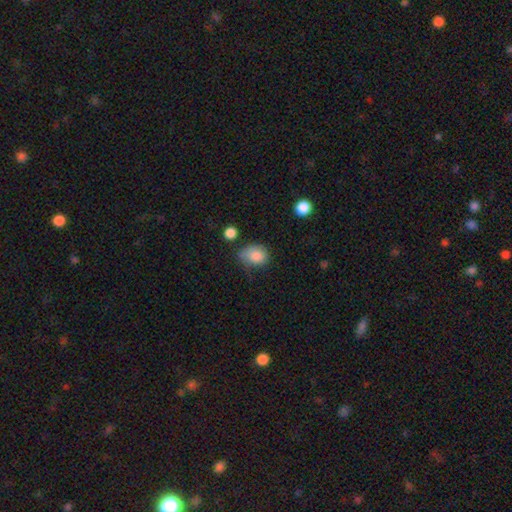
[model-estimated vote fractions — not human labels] Overall: smooth (83%). How rounded: in between (54%; round 45%). Merging: none (44%; minor disturbance 37%).